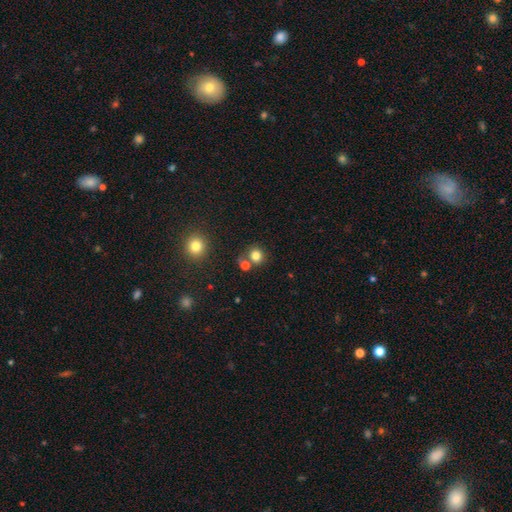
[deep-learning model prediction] Overall: smooth (80%). How rounded: round (86%). Merging: none (69%).